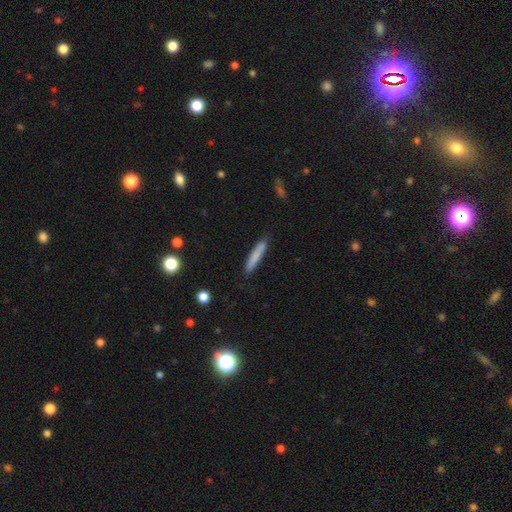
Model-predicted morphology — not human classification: type=smooth (78%); roundness=cigar-shaped (93%); merging=none (84%).